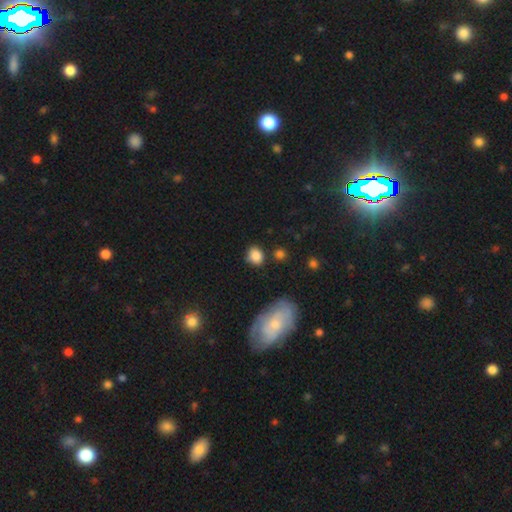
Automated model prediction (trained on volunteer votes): The model was most divided on "how rounded": round: 60%, in between: 39%, cigar-shaped: 1%. More confident: smooth or featured — smooth (84%); merging — none (71%).